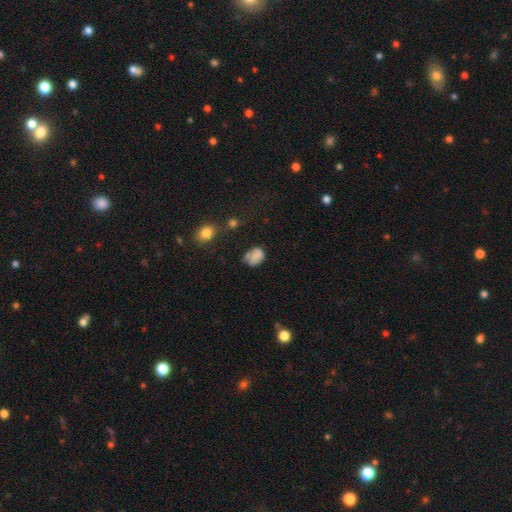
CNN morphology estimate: Smooth or featured?
  - smooth: 71% *
  - featured or disk: 17%
  - star or artifact: 12%
How rounded?
  - in between: 74% *
  - round: 25%
  - cigar-shaped: 1%
Merging?
  - none: 44% *
  - minor disturbance: 31%
  - major disturbance: 17%
  - merger: 8%